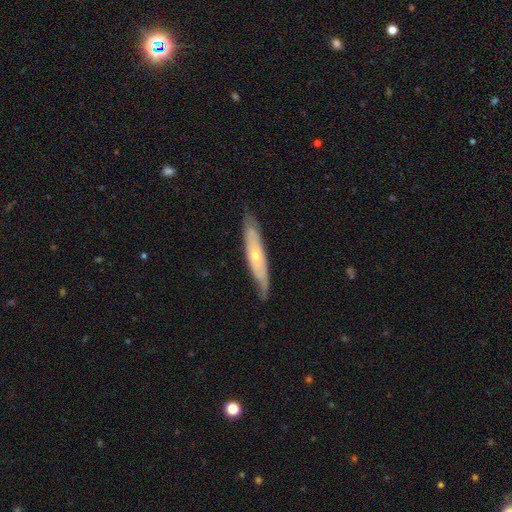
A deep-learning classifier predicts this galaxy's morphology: Smooth or featured? featured or disk (60%)
Edge-on disk? yes (56%)
Merging? none (74%)